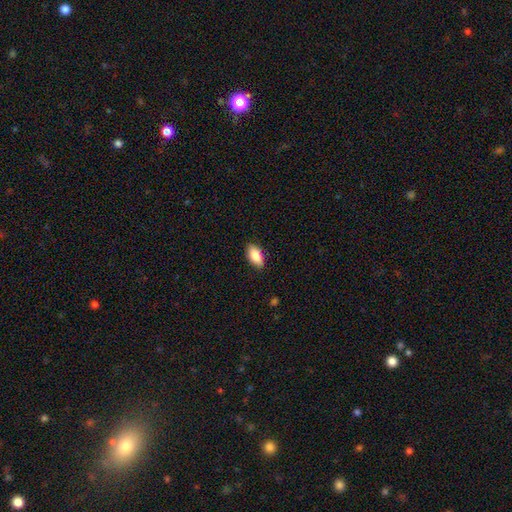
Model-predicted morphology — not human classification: A smooth galaxy with no disk features (83%) that is in between round and cigar-shaped (91%).

Vote fractions:
- Smooth or featured? smooth: 83% / featured or disk: 10% / star or artifact: 7%
- How rounded? in between: 91% / cigar-shaped: 6% / round: 3%
- Merging? none: 87% / minor disturbance: 10% / major disturbance: 2% / merger: 1%